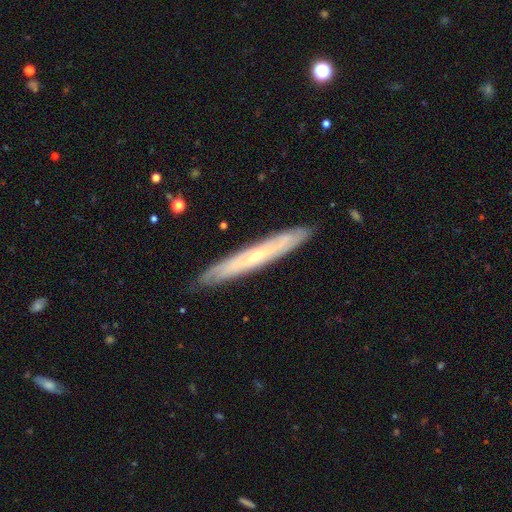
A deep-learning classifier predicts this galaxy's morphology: type=featured or disk (68%); edge-on=yes (75%); edge-on bulge=rounded (54%); merging=none (86%).